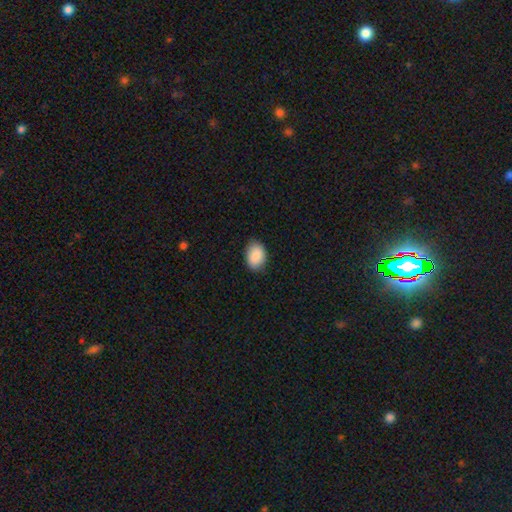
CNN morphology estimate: smooth-or-featured: smooth: 88% | star or artifact: 7% | featured or disk: 5%
  how-rounded: in between: 80% | round: 19% | cigar-shaped: 1%
  merging: none: 83% | minor disturbance: 14% | major disturbance: 2% | merger: 1%